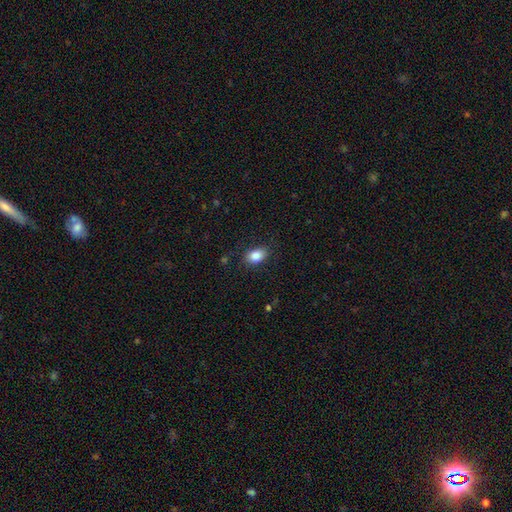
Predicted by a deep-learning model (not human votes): A smooth galaxy with no disk features (86%) that is in between round and cigar-shaped (84%).

Vote fractions:
- Smooth or featured? smooth: 86% / star or artifact: 8% / featured or disk: 6%
- How rounded? in between: 84% / round: 15% / cigar-shaped: 1%
- Merging? none: 83% / minor disturbance: 13% / major disturbance: 3% / merger: 1%